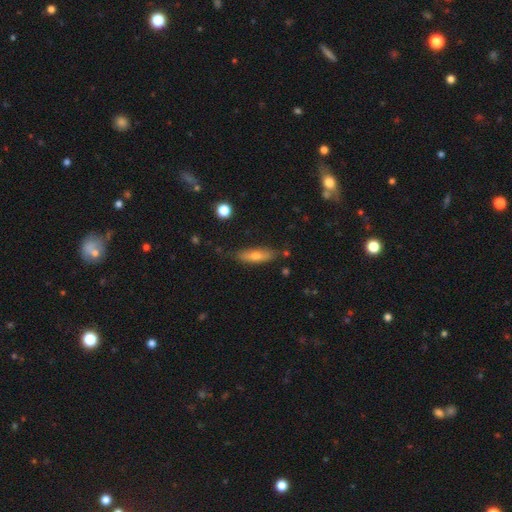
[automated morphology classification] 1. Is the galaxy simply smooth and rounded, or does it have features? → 62% smooth, 31% featured or disk, 7% star or artifact.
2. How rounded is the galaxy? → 61% cigar-shaped, 36% in between, 2% round.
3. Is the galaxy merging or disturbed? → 79% none, 15% minor disturbance, 3% major disturbance, 3% merger.